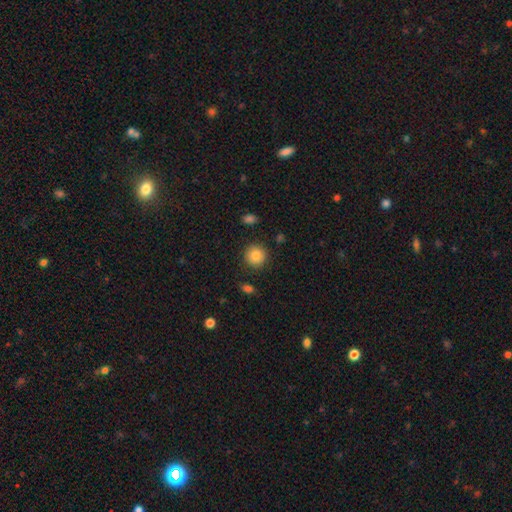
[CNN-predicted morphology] The model was most divided on "smooth or featured": smooth: 84%, star or artifact: 9%, featured or disk: 7%. More confident: how rounded — round (93%); merging — none (88%).